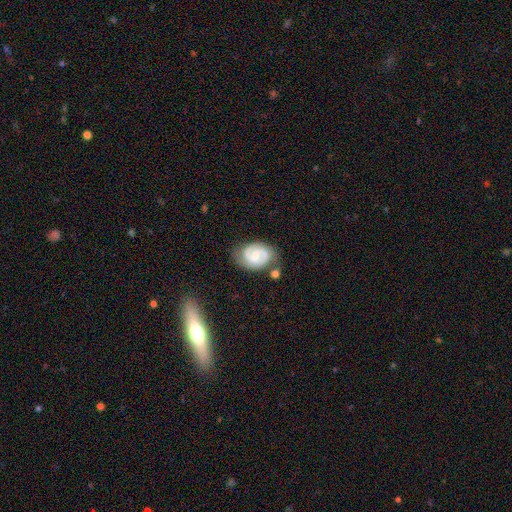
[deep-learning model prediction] This appears to be a featured or disk galaxy (77%) with a weak bar (49%), 2 (86%) medium (46%) spiral arms (94%) and a small central bulge (47%). Merging: none (69%).